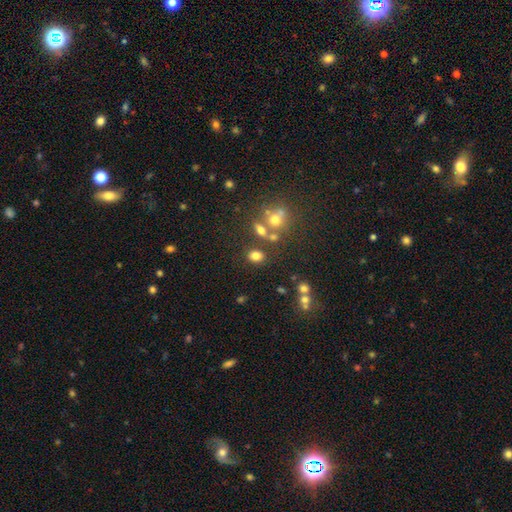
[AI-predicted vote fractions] This appears to be a smooth galaxy with no disk features (76%) that is in between round and cigar-shaped (58%). Merging: none (72%).